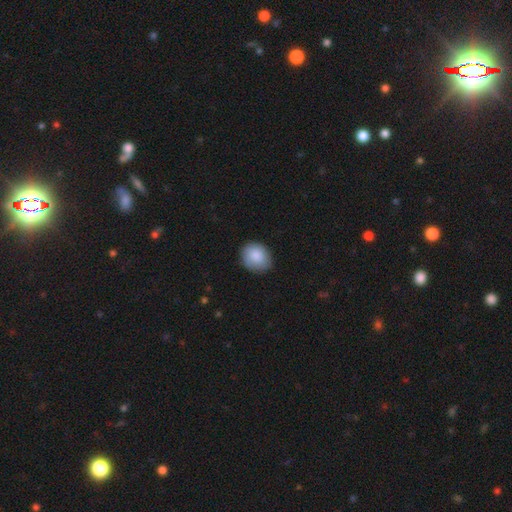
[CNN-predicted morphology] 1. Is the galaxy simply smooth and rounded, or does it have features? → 87% smooth, 7% featured or disk, 6% star or artifact.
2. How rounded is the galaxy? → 71% round, 28% in between, 1% cigar-shaped.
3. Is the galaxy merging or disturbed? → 82% none, 14% minor disturbance, 3% major disturbance, 1% merger.